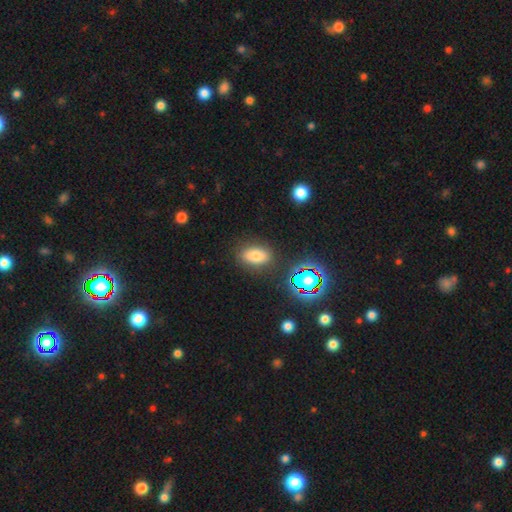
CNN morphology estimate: A smooth galaxy with no disk features (71%) that is in between round and cigar-shaped (85%).

Vote fractions:
- Smooth or featured? smooth: 71% / star or artifact: 17% / featured or disk: 12%
- How rounded? in between: 85% / round: 10% / cigar-shaped: 5%
- Merging? none: 84% / minor disturbance: 10% / major disturbance: 3% / merger: 3%